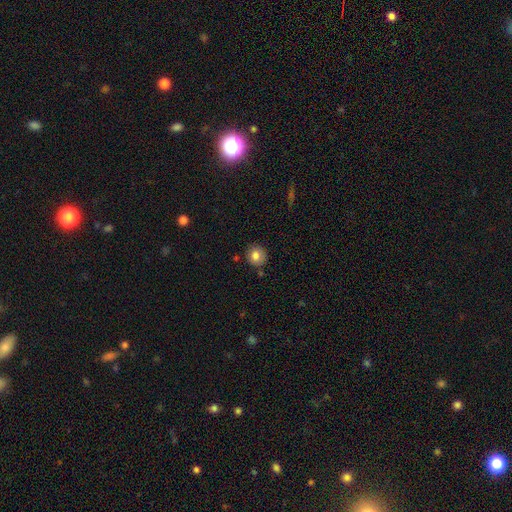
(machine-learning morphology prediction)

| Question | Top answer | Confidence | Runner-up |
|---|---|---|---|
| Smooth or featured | smooth | 82% | star or artifact (9%) |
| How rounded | round | 89% | in between (10%) |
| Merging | none | 83% | minor disturbance (11%) |